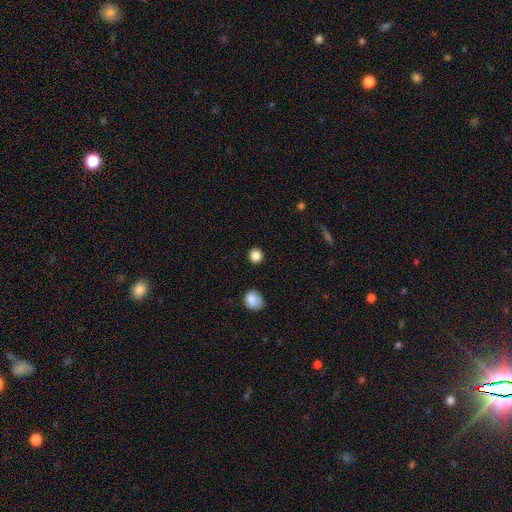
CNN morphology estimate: Smooth or featured? smooth (86%)
How rounded? round (91%)
Merging? none (90%)